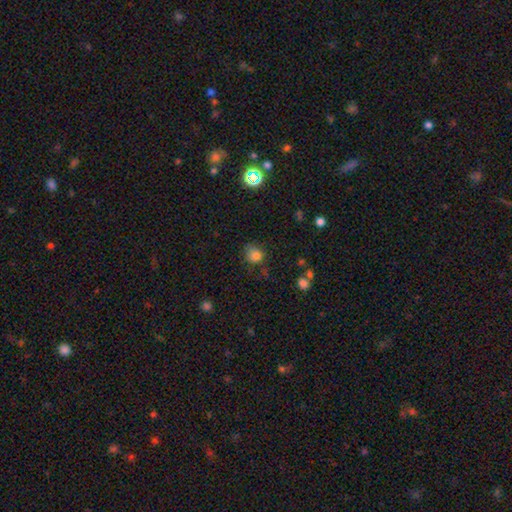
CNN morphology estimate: smooth 80%, star or artifact 15%, featured or disk 6%. Down the decision tree: how rounded — round (75%); merging — none (63%).